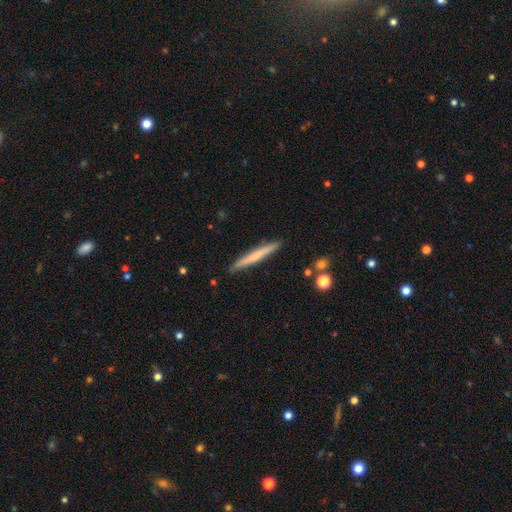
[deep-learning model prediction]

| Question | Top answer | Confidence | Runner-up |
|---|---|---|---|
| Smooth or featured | smooth | 58% | featured or disk (37%) |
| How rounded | cigar-shaped | 97% | in between (2%) |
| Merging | none | 90% | minor disturbance (7%) |